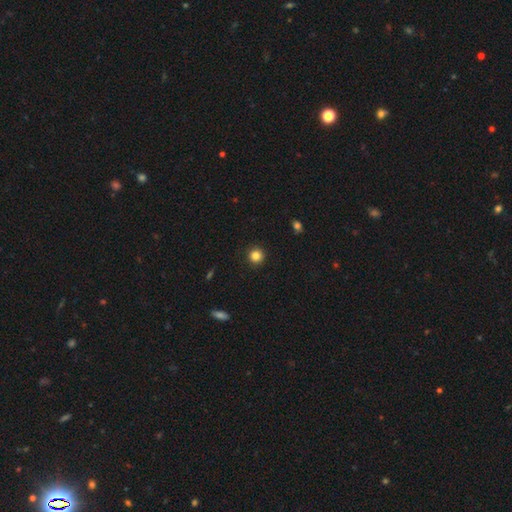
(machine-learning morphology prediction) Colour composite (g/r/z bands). It shows a smooth galaxy with no disk features (84%) that is round (95%). Merging: none (93%).